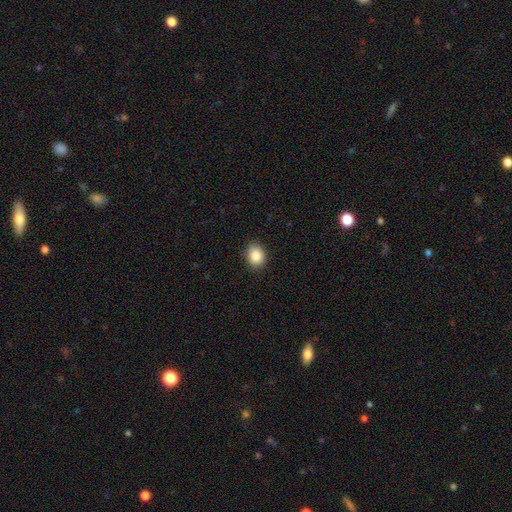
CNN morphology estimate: Smooth or featured: smooth — 86% (star or artifact — 9%)
How rounded: in between — 52% (round — 47%)
Merging: none — 88% (minor disturbance — 9%)